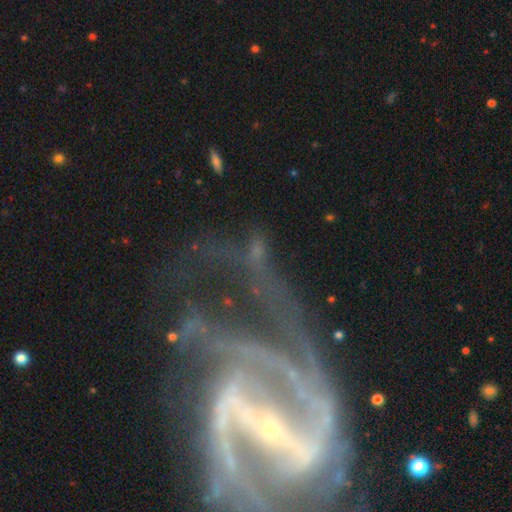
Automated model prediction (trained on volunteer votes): The model was most divided on "bar": no: 35%, strong: 33%, weak: 32%. Remaining: edge-on disk — no (90%); spiral arms — yes (81%); smooth or featured — featured or disk (70%); merging — none (50%); bulge size — small (49%); spiral winding — tight (42%); spiral arm count — 2 (40%).